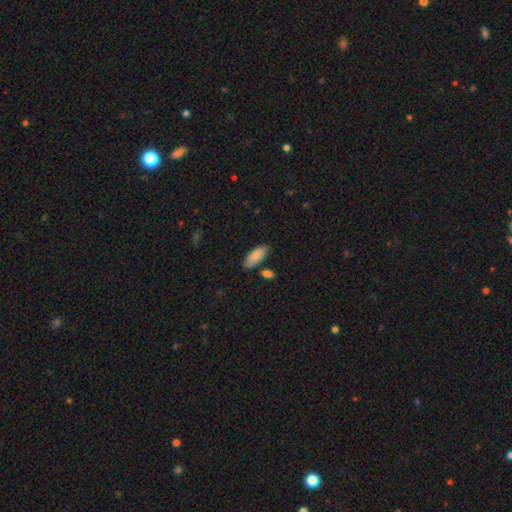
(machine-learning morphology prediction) smooth-or-featured: smooth: 82% | featured or disk: 13% | star or artifact: 6%
  how-rounded: in between: 86% | cigar-shaped: 13% | round: 2%
  merging: none: 77% | minor disturbance: 14% | merger: 6% | major disturbance: 3%